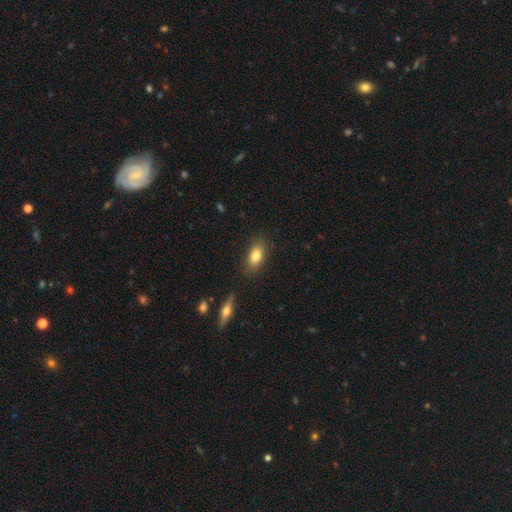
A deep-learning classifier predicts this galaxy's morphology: smooth 82%, featured or disk 11%, star or artifact 8%. Down the decision tree: how rounded — in between (86%); merging — none (82%).